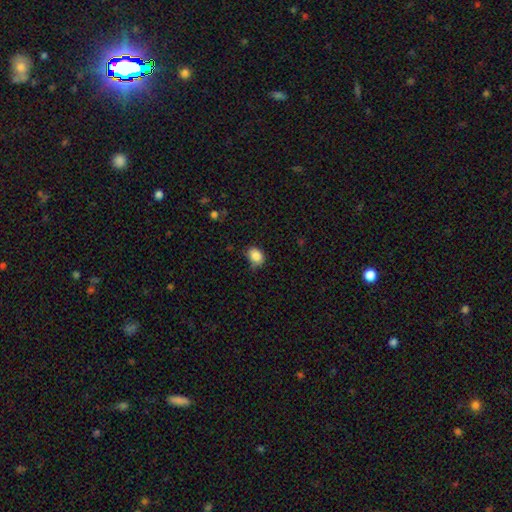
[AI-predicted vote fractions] A smooth galaxy with no disk features (87%) that is in between round and cigar-shaped (58%).

Vote fractions:
- Smooth or featured? smooth: 87% / star or artifact: 9% / featured or disk: 4%
- How rounded? in between: 58% / round: 41% / cigar-shaped: 1%
- Merging? none: 64% / minor disturbance: 29% / major disturbance: 5% / merger: 2%